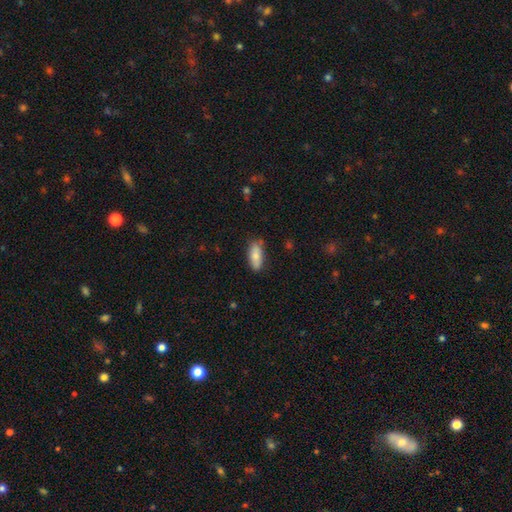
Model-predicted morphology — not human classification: Q: Smooth or featured?
A: smooth (78%); runner-up: featured or disk (16%)
Q: How rounded?
A: in between (77%); runner-up: cigar-shaped (21%)
Q: Merging?
A: none (79%); runner-up: minor disturbance (17%)